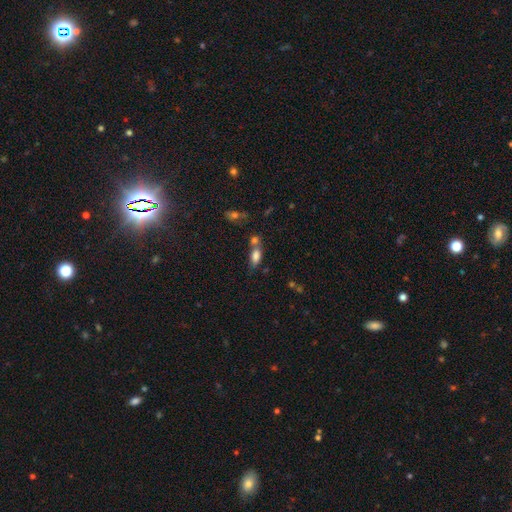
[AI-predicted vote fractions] The model was most divided on "merging" (2-way tie): none: 41%, merger: 41%, minor disturbance: 13%, major disturbance: 6%. More confident: how rounded — in between (84%); smooth or featured — smooth (80%).